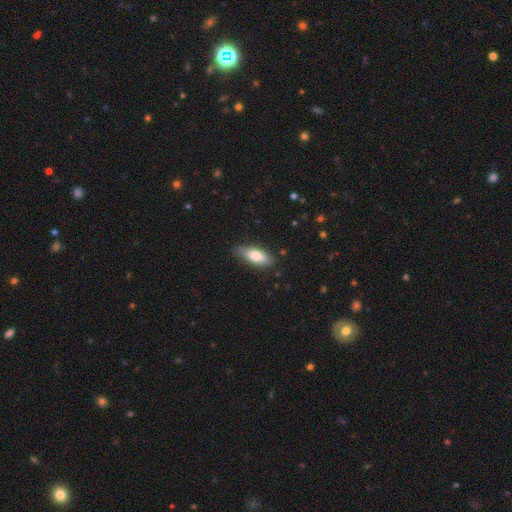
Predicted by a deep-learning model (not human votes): This appears to be a smooth galaxy with no disk features (79%) that is in between round and cigar-shaped (77%). Merging: none (81%).